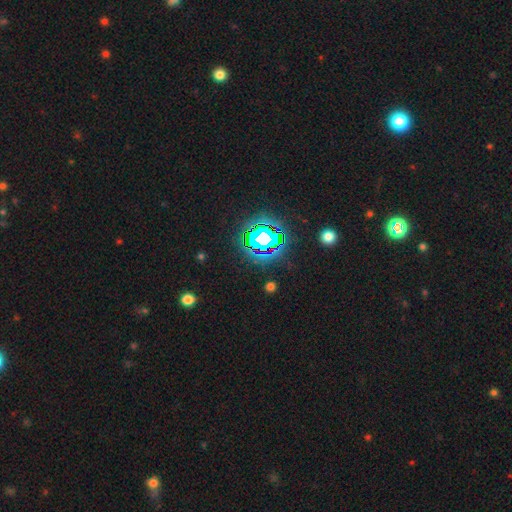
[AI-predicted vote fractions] star or artifact 83%, smooth 10%, featured or disk 6%.